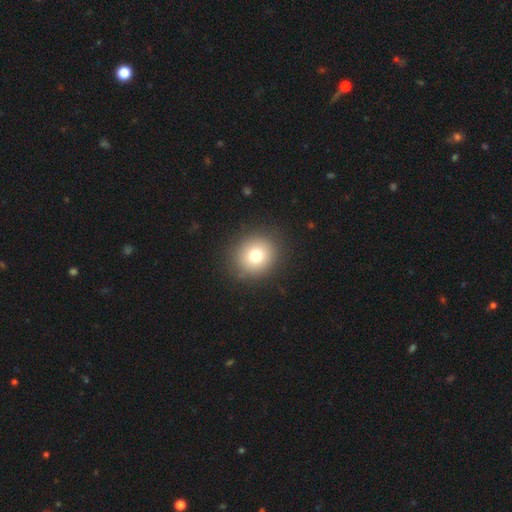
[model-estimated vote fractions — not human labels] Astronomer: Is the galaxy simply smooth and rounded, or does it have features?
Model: smooth — 76%.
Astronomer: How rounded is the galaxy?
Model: round — 85%.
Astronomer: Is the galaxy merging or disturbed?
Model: none — 89%.